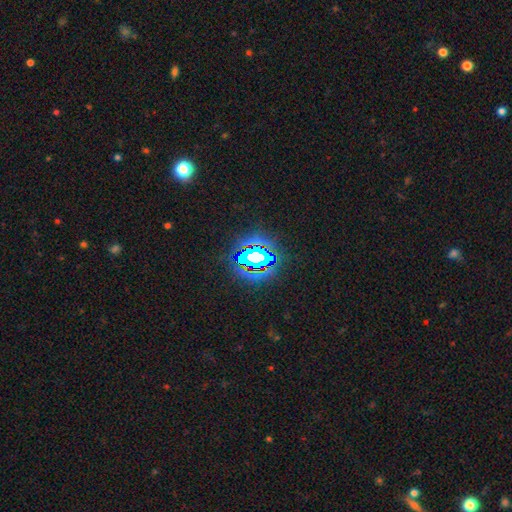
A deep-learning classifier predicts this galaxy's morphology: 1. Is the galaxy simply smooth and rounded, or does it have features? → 68% star or artifact, 18% smooth, 14% featured or disk.